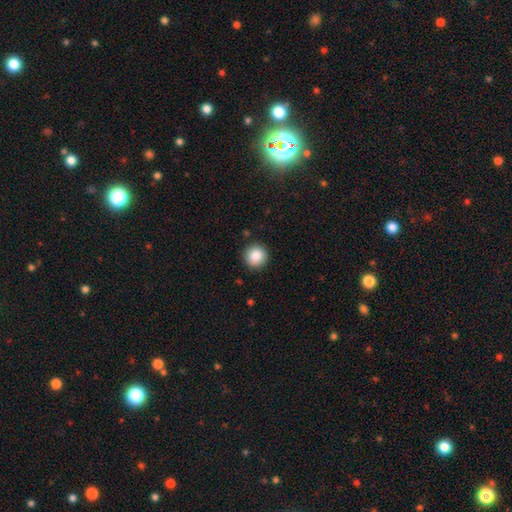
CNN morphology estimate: type=smooth (88%); roundness=round (94%); merging=none (91%).